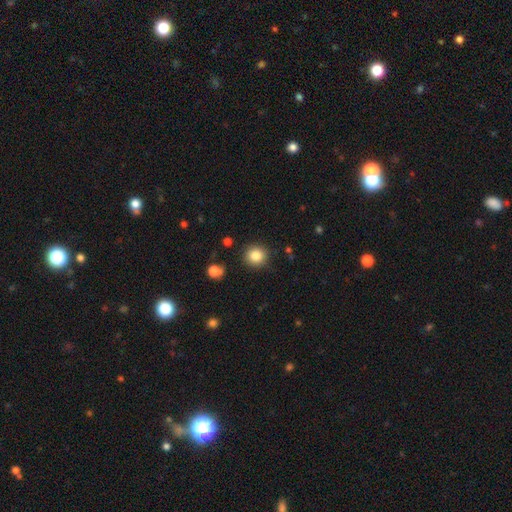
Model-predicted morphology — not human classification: Smooth or featured?
  - smooth: 84% *
  - star or artifact: 10%
  - featured or disk: 6%
How rounded?
  - round: 91% *
  - in between: 8%
  - cigar-shaped: 1%
Merging?
  - none: 89% *
  - minor disturbance: 7%
  - major disturbance: 2%
  - merger: 2%